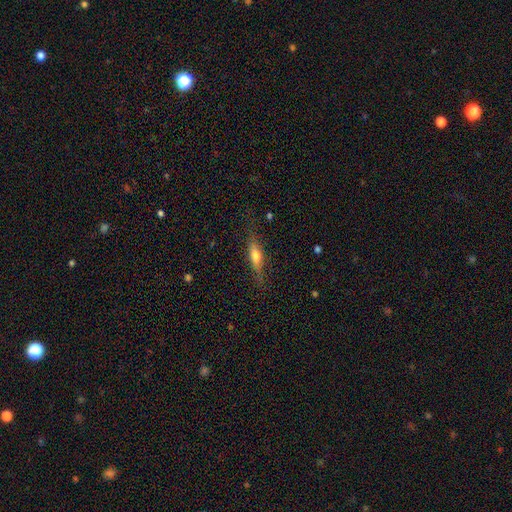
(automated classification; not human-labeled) Overall: smooth (53%; featured or disk 39%). How rounded: cigar-shaped (65%; in between 32%). Merging: none (78%).